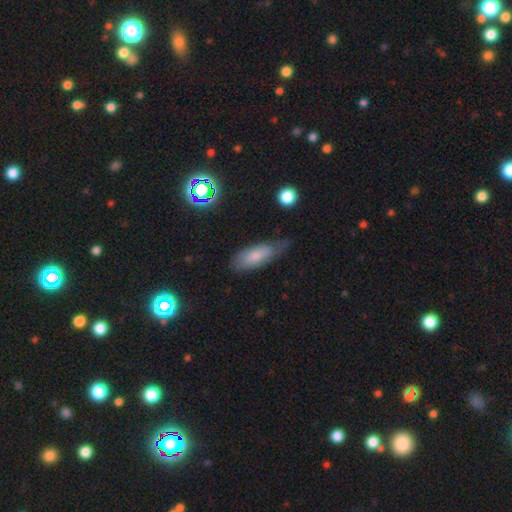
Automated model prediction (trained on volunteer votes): Morphology: type=smooth (65%); roundness=in between (72%); merging=none (54%).